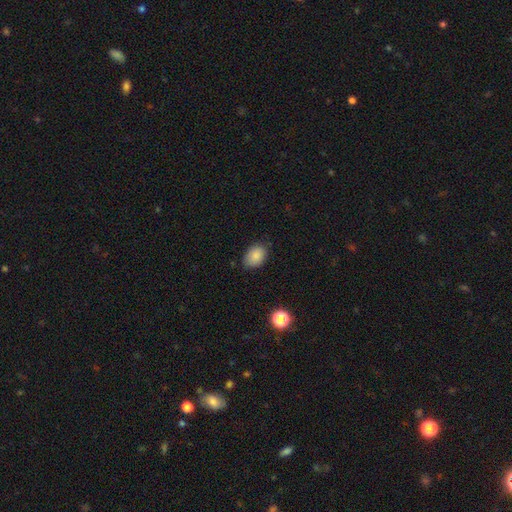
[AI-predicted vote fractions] smooth 87%, star or artifact 8%, featured or disk 5%. Down the decision tree: how rounded — in between (82%); merging — none (76%).